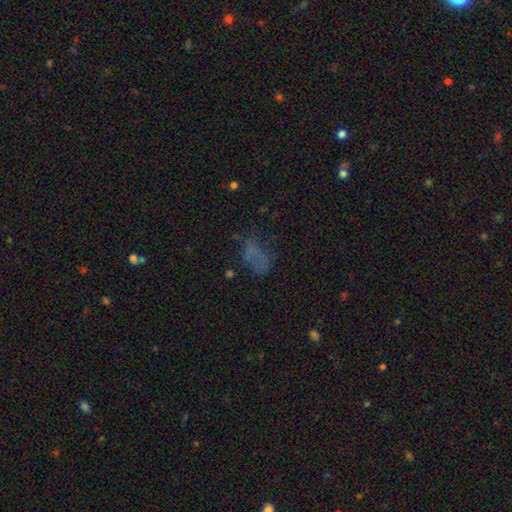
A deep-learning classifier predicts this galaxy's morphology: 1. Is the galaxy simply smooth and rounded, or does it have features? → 46% smooth, 28% star or artifact, 26% featured or disk.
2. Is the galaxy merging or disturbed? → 48% none, 26% major disturbance, 21% minor disturbance, 5% merger.